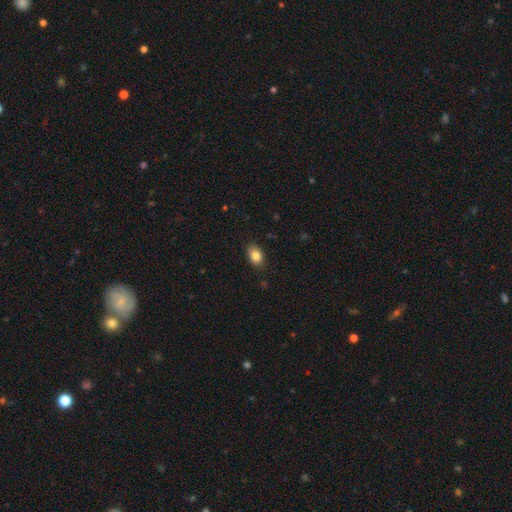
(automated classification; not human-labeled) Smooth or featured?
  - smooth: 84% *
  - star or artifact: 8%
  - featured or disk: 8%
How rounded?
  - in between: 87% *
  - round: 12%
  - cigar-shaped: 1%
Merging?
  - none: 86% *
  - minor disturbance: 11%
  - major disturbance: 2%
  - merger: 1%